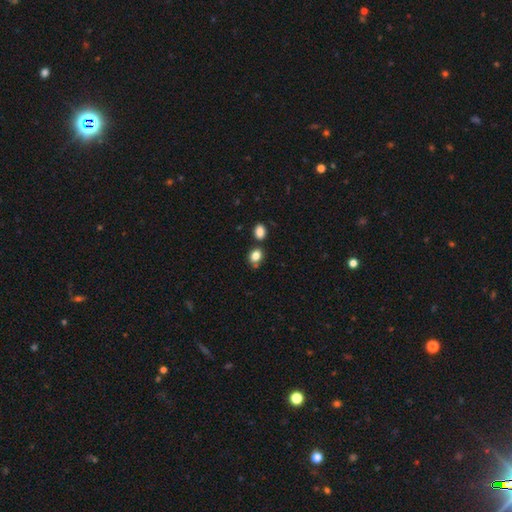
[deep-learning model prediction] This is clearly a smooth galaxy (83%). How rounded: possibly in between (58%). Merging: possibly none (59%).